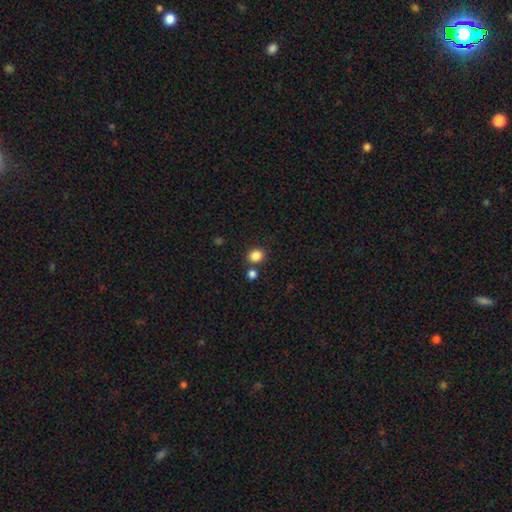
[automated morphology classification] This is clearly a smooth galaxy (85%). How rounded: likely round (75%). Merging: likely none (75%).